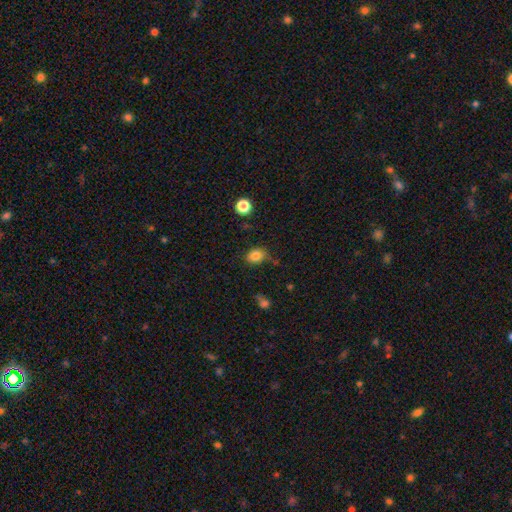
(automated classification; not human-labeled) smooth-or-featured: smooth: 82% | star or artifact: 11% | featured or disk: 7%
  how-rounded: round: 51% | in between: 48% | cigar-shaped: 1%
  merging: none: 70% | minor disturbance: 21% | major disturbance: 5% | merger: 4%